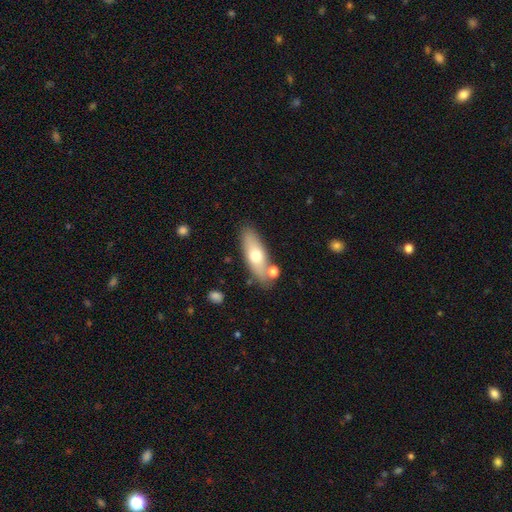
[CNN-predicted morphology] This is likely a smooth galaxy (61%). How rounded: possibly in between (60%). Merging: likely none (75%).